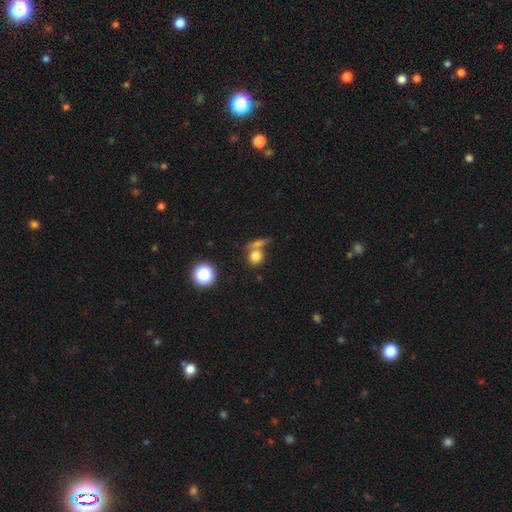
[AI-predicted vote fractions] Q: Smooth or featured?
A: smooth (78%); runner-up: star or artifact (13%)
Q: How rounded?
A: round (78%); runner-up: in between (19%)
Q: Merging?
A: none (51%); runner-up: merger (35%)